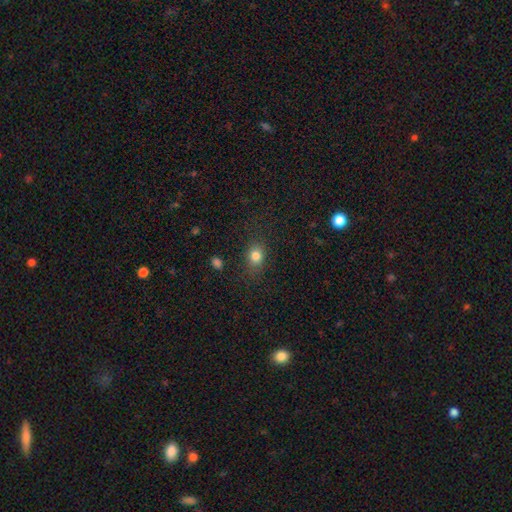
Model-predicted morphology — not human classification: smooth 81%, star or artifact 12%, featured or disk 7%. Down the decision tree: how rounded — in between (50%); merging — none (80%).